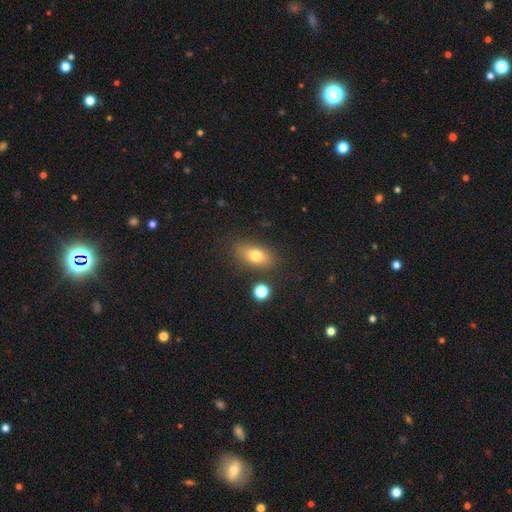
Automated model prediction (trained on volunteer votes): This is likely a smooth galaxy (74%). How rounded: clearly in between (82%). Merging: likely none (79%).